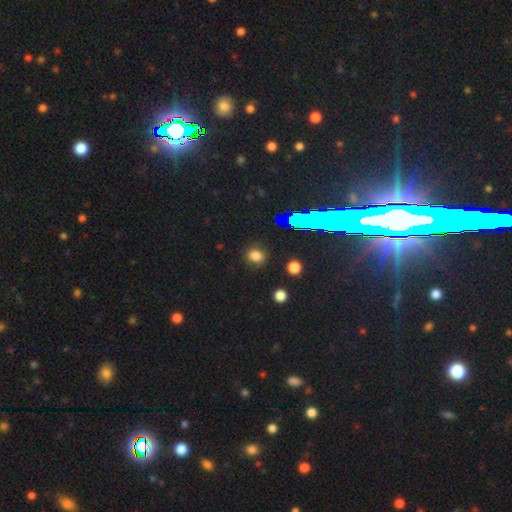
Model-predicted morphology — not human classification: smooth_or_featured: smooth (p=0.75) [alt: star or artifact p=0.19]
how_rounded: round (p=0.65) [alt: in between p=0.33]
merging: none (p=0.86) [alt: minor disturbance p=0.09]